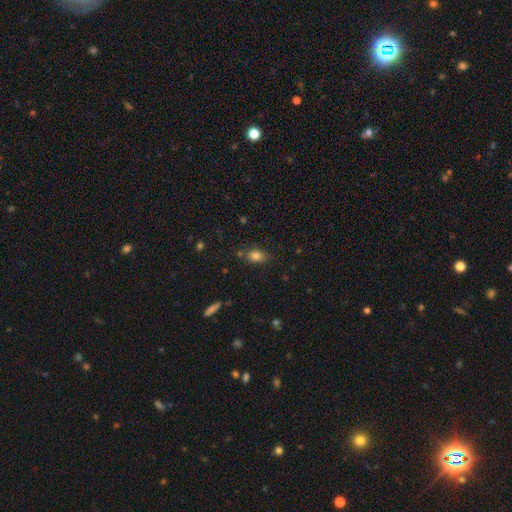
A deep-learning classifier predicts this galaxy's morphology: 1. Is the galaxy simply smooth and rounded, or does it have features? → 81% smooth, 11% star or artifact, 8% featured or disk.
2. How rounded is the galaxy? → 74% in between, 24% round, 3% cigar-shaped.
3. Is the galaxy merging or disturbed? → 75% none, 16% minor disturbance, 5% merger, 4% major disturbance.